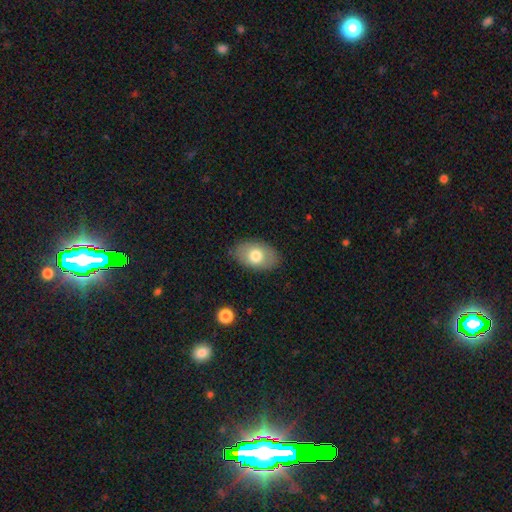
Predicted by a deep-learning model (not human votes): Smooth or featured? smooth (73%)
How rounded? in between (90%)
Merging? none (84%)